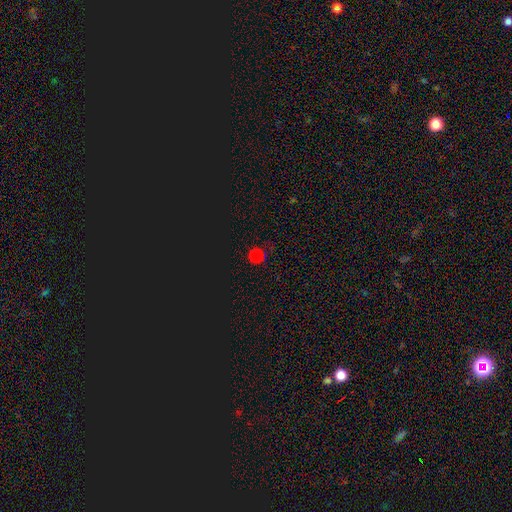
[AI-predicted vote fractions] Morphology: type=smooth (63%); roundness=round (91%); merging=none (79%).